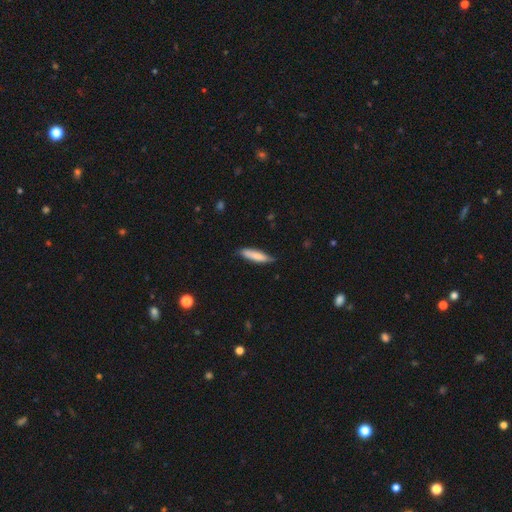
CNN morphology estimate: This appears to be a smooth galaxy with no disk features (80%) that is cigar-shaped (77%). Merging: none (80%).